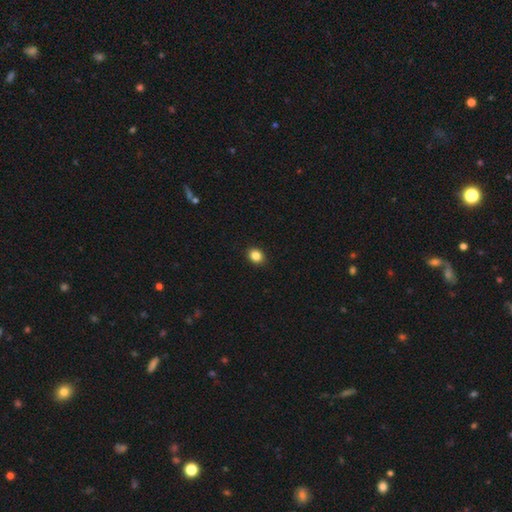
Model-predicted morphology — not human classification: Smooth or featured? Predicted: smooth (p=0.85). How rounded? Predicted: round (p=0.55). Merging? Predicted: none (p=0.91).